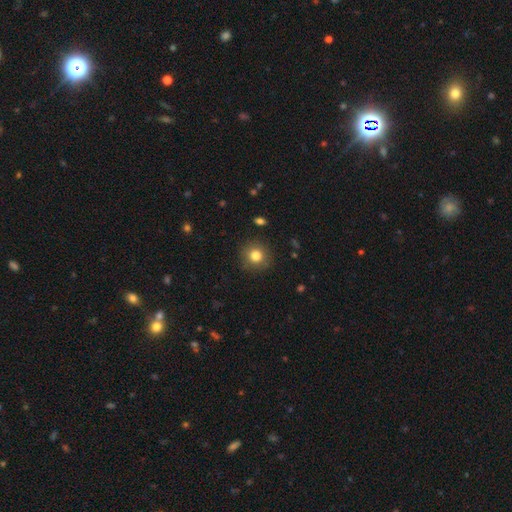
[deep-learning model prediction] smooth 82%, star or artifact 11%, featured or disk 8%. Down the decision tree: how rounded — round (92%); merging — none (89%).